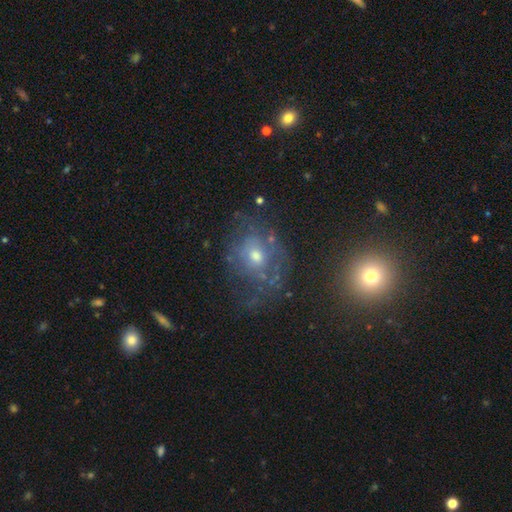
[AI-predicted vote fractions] Overall: featured or disk (49%; smooth 33%). Merging: none (52%; major disturbance 22%).